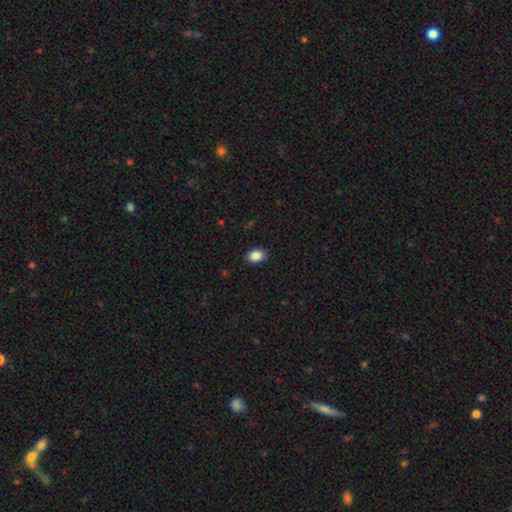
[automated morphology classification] Smooth or featured? Predicted: smooth (p=0.87). How rounded? Predicted: in between (p=0.78). Merging? Predicted: none (p=0.87).